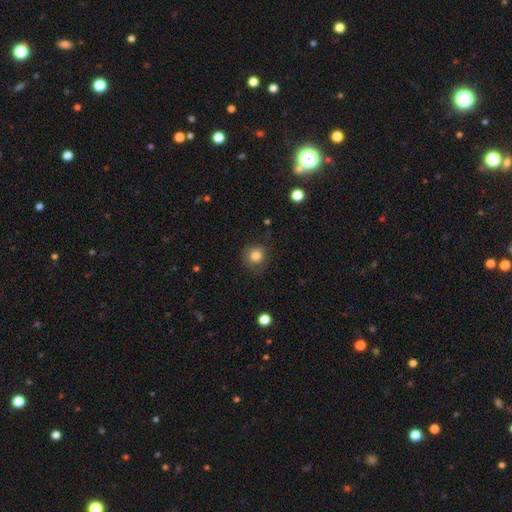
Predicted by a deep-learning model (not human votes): smooth 82%, star or artifact 10%, featured or disk 8%. Down the decision tree: how rounded — round (89%); merging — none (76%).